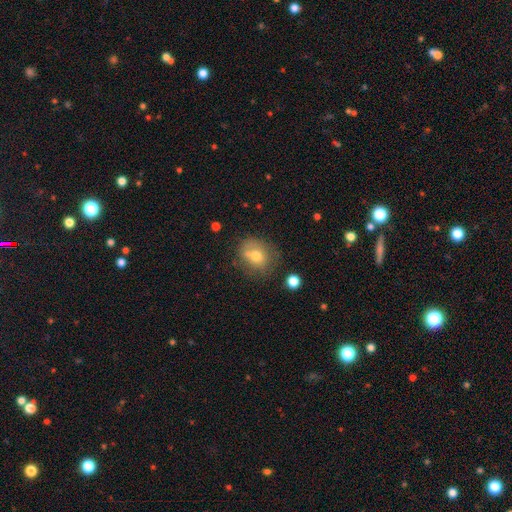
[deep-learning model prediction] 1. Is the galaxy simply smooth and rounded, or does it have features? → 67% smooth, 21% featured or disk, 12% star or artifact.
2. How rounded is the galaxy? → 64% round, 35% in between, 1% cigar-shaped.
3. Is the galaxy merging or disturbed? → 56% none, 23% minor disturbance, 13% merger, 9% major disturbance.